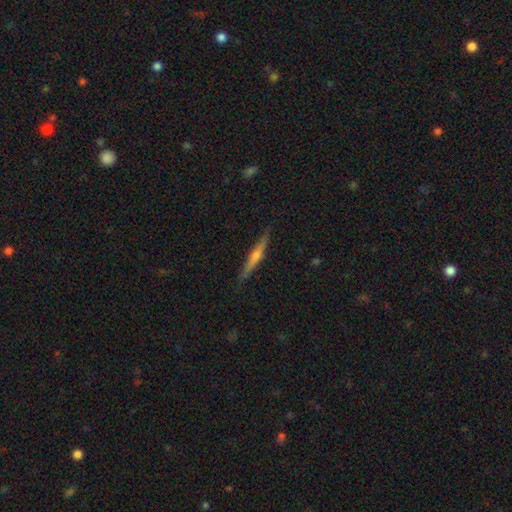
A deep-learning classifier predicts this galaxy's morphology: smooth-or-featured: featured or disk: 70% | smooth: 23% | star or artifact: 6%
  disk-edge-on: yes: 98% | no: 2%
    edge-on-bulge: rounded: 78% | none: 14% | boxy: 7%
  merging: none: 90% | minor disturbance: 8% | major disturbance: 1% | merger: 1%